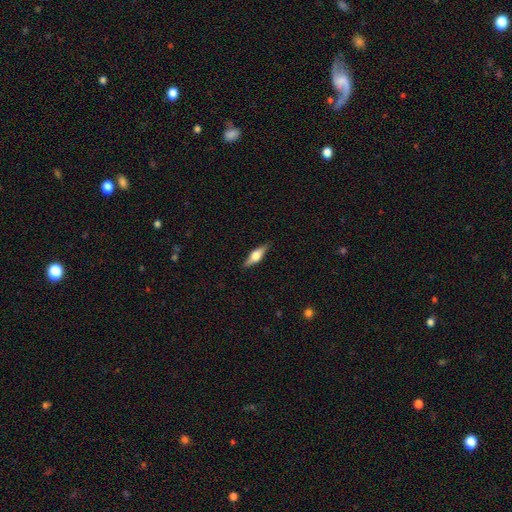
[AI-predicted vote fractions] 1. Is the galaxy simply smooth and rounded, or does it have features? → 49% featured or disk, 45% smooth, 6% star or artifact.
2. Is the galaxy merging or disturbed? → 87% none, 10% minor disturbance, 2% major disturbance, 1% merger.